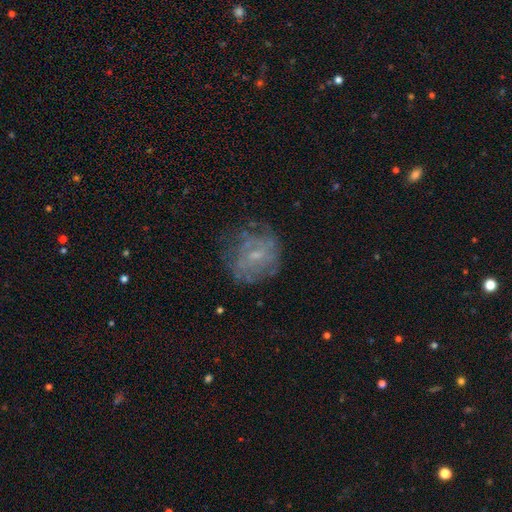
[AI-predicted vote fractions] A featured or disk galaxy (58%) with no bar (55%), spiral arms (60%) and a small central bulge (62%).

Vote fractions:
- Smooth or featured? featured or disk: 58% / smooth: 29% / star or artifact: 14%
- Edge-on disk? no: 97% / yes: 3%
- Bar? no: 55% / weak: 39% / strong: 6%
- Spiral arms? yes: 60% / no: 40%
- Bulge size? small: 62% / moderate: 21% / none: 15% / large: 1% / dominant: 1%
- Merging? none: 65% / minor disturbance: 20% / major disturbance: 14% / merger: 2%